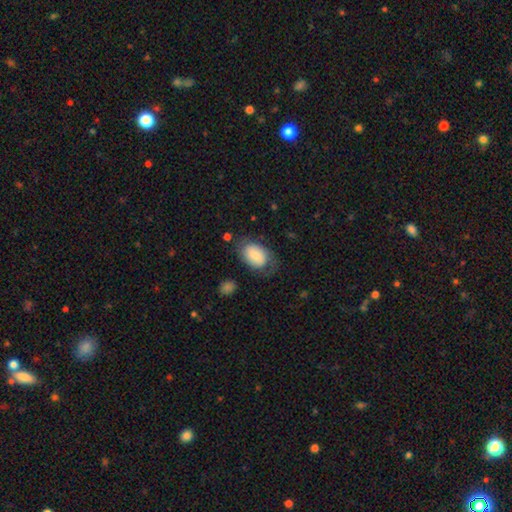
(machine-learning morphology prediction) Smooth or featured: smooth — 72% (featured or disk — 22%)
How rounded: in between — 86% (round — 13%)
Merging: none — 57% (minor disturbance — 25%)